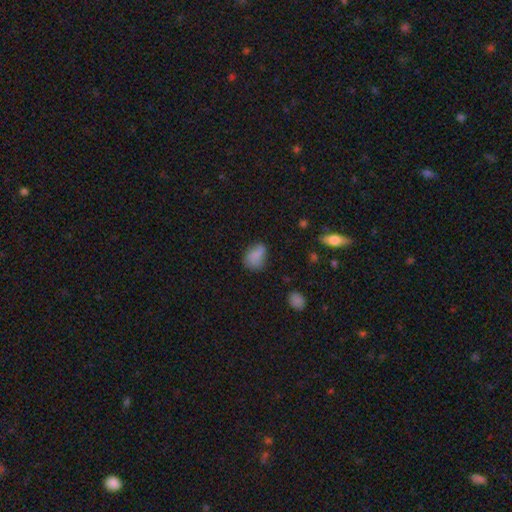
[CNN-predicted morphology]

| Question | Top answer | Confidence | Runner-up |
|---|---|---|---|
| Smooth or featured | smooth | 80% | star or artifact (11%) |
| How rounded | in between | 74% | round (24%) |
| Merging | none | 55% | minor disturbance (30%) |